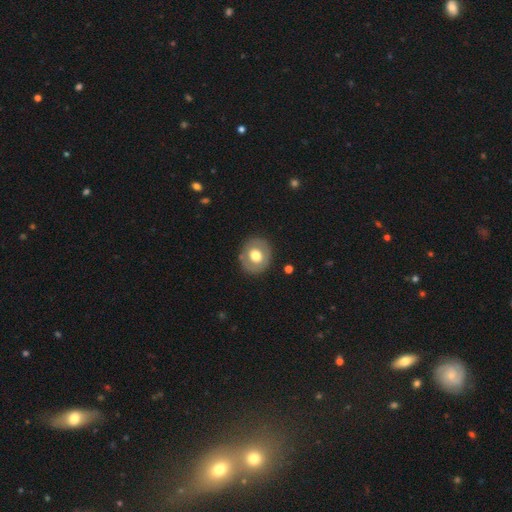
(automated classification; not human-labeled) This is likely a smooth galaxy (62%). How rounded: likely round (77%). Merging: clearly none (86%).